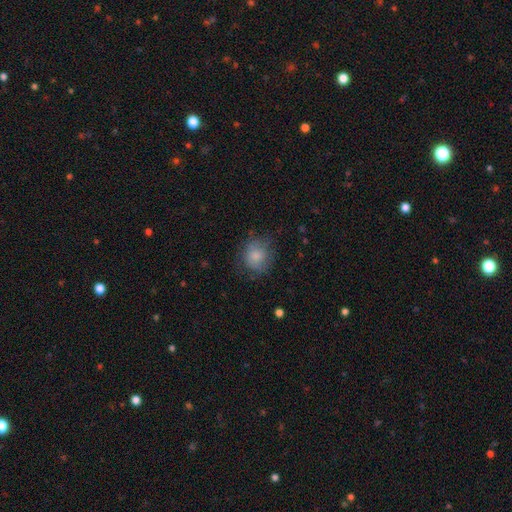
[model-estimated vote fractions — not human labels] Morphology: type=smooth (77%); roundness=round (80%); merging=none (63%).